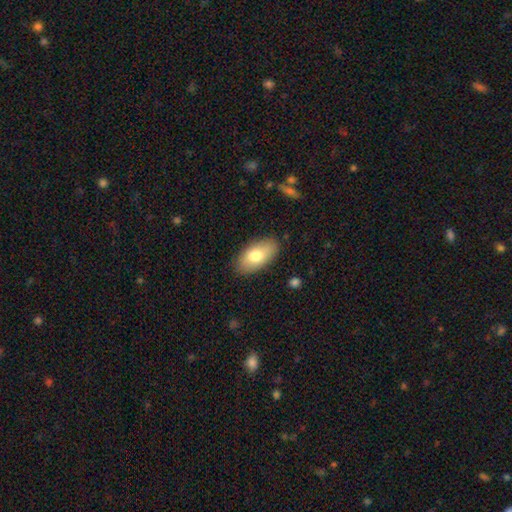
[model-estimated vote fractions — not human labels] Smooth or featured? smooth (77%)
How rounded? in between (93%)
Merging? none (86%)